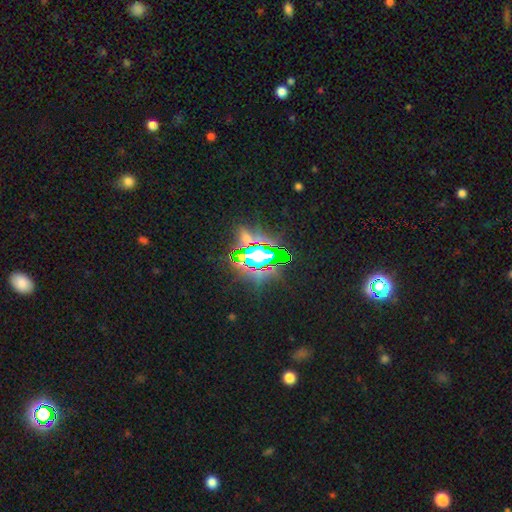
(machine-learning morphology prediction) A star or artifact, not a galaxy (73%).

Vote fractions:
- Smooth or featured? star or artifact: 73% / smooth: 16% / featured or disk: 11%